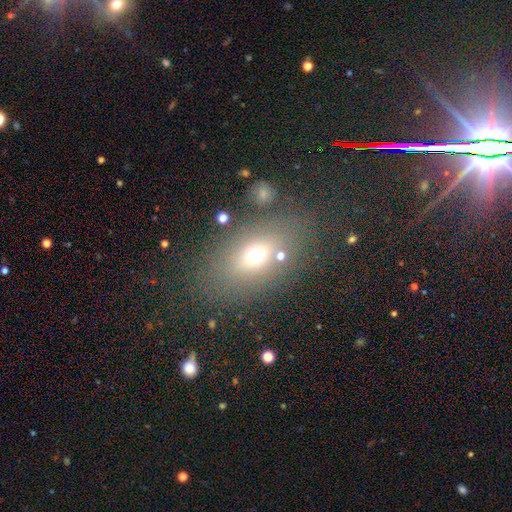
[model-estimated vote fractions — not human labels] This is marginally a star or artifact rather than a galaxy (40%, tied with smooth).